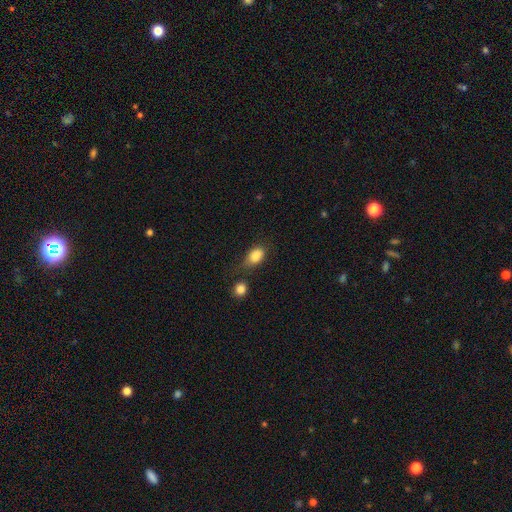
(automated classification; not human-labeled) A smooth galaxy with no disk features (84%) that is in between round and cigar-shaped (82%).

Vote fractions:
- Smooth or featured? smooth: 84% / star or artifact: 10% / featured or disk: 6%
- How rounded? in between: 82% / round: 15% / cigar-shaped: 3%
- Merging? none: 42% / minor disturbance: 30% / merger: 14% / major disturbance: 14%